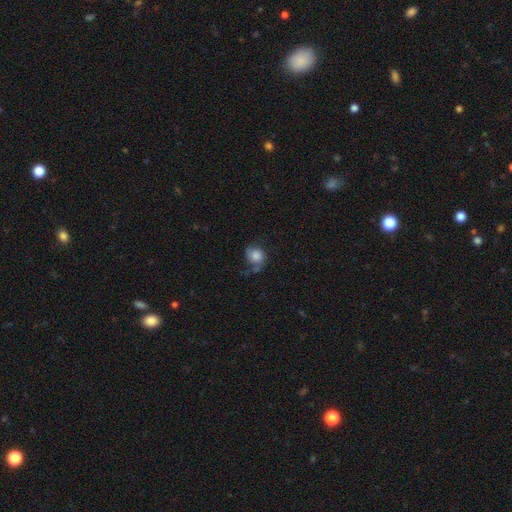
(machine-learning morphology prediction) A smooth galaxy with no disk features (47%). Merging: none (50%).